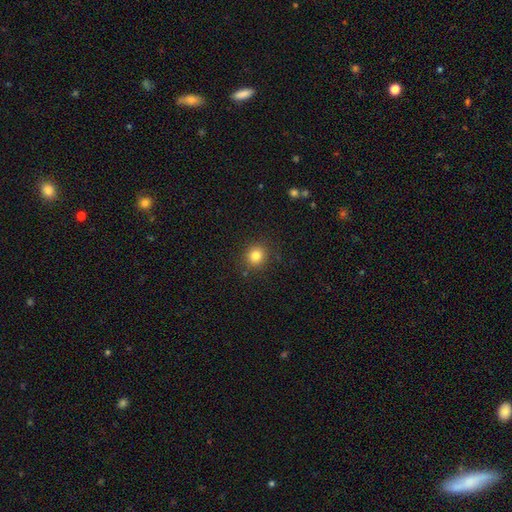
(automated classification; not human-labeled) Morphology: type=smooth (81%); roundness=round (88%); merging=none (89%).